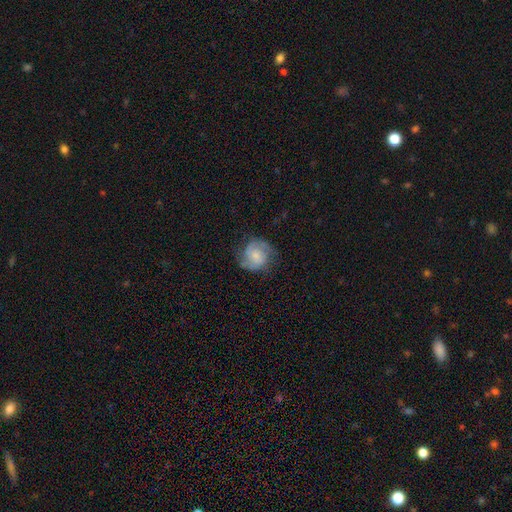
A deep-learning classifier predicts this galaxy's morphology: Q: Smooth or featured?
A: featured or disk (56%); runner-up: smooth (36%)
Q: Edge-on disk?
A: no (98%); runner-up: yes (2%)
Q: Bar?
A: no (55%); runner-up: weak (37%)
Q: Spiral arms?
A: yes (90%); runner-up: no (10%)
Q: Bulge size?
A: small (41%); runner-up: moderate (32%)
Q: Merging?
A: none (70%); runner-up: minor disturbance (20%)